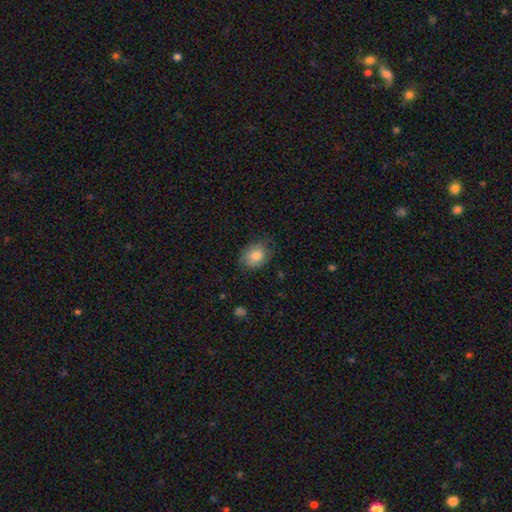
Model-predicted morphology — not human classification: type=smooth (79%); roundness=in between (66%); merging=none (69%).